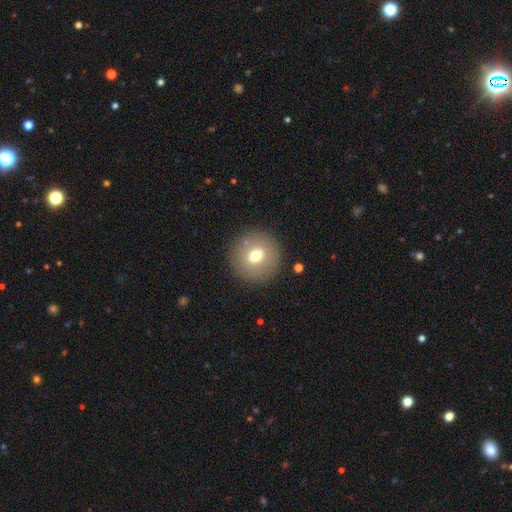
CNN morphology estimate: type=smooth (67%); roundness=round (90%); merging=none (87%).